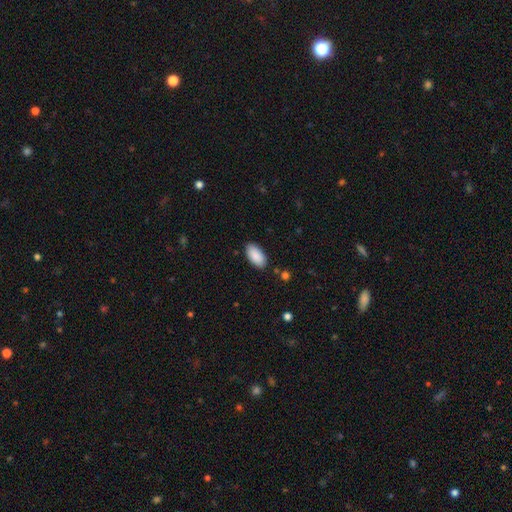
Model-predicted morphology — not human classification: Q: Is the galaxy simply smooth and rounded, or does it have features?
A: smooth — 90%.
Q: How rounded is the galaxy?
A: in between — 95%.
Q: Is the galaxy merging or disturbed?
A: none — 87%.